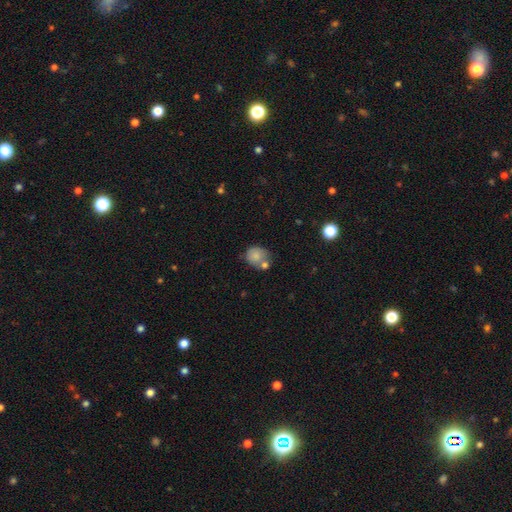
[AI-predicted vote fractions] This is likely a smooth galaxy (78%). How rounded: likely round (74%). Merging: possibly none (45%).